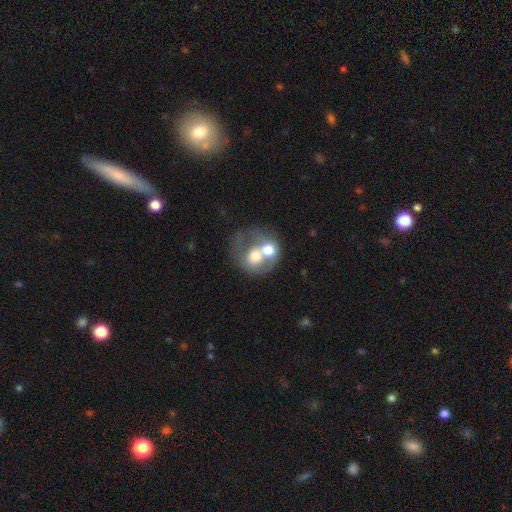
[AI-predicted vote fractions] smooth 52%, featured or disk 38%, star or artifact 10%. Down the decision tree: how rounded — round (64%); merging — merger (64%).